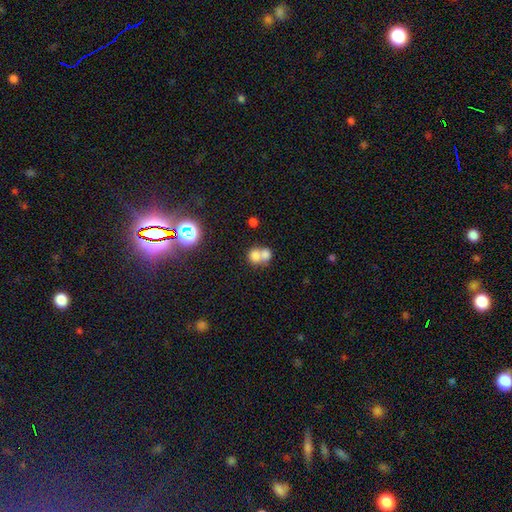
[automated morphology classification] Smooth or featured: smooth — 72% (featured or disk — 16%)
How rounded: round — 70% (in between — 29%)
Merging: merger — 67% (none — 25%)